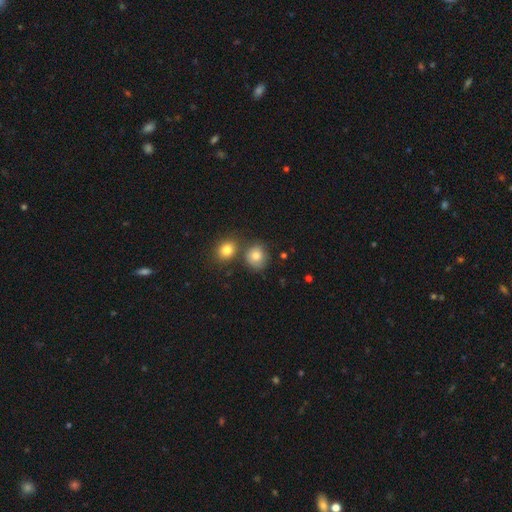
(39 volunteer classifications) Smooth or featured?
  - smooth: 77% *
  - featured or disk: 13%
  - star or artifact: 10%
How rounded?
  - round: 77% *
  - in between: 23%
  - cigar-shaped: 0%
Merging?
  - none: 71% *
  - merger: 17%
  - minor disturbance: 11%
  - major disturbance: 0%